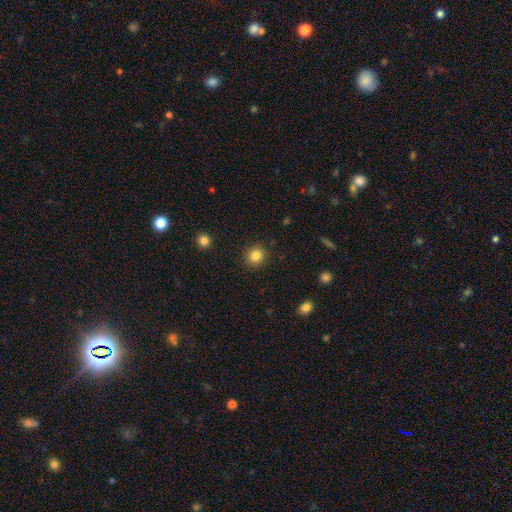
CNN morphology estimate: Smooth or featured?
  - smooth: 84% *
  - star or artifact: 11%
  - featured or disk: 5%
How rounded?
  - round: 86% *
  - in between: 13%
  - cigar-shaped: 1%
Merging?
  - none: 90% *
  - minor disturbance: 7%
  - major disturbance: 2%
  - merger: 1%